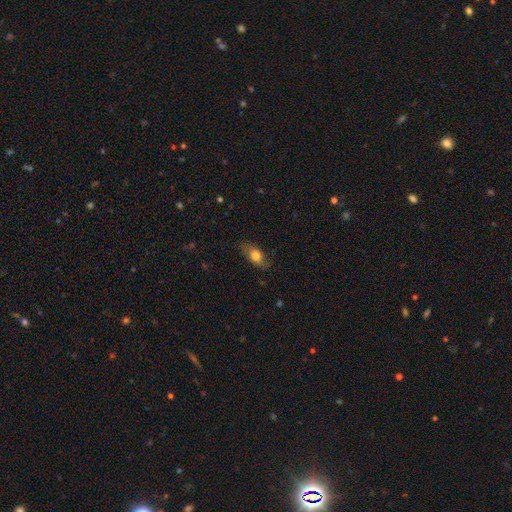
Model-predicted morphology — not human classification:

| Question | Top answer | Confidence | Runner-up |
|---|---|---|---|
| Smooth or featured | smooth | 71% | featured or disk (22%) |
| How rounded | in between | 81% | round (10%) |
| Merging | none | 74% | minor disturbance (20%) |